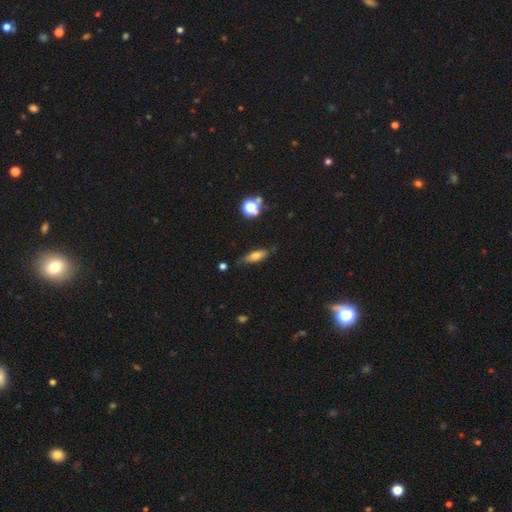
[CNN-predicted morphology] type=smooth (63%); roundness=in between (60%); merging=none (75%).